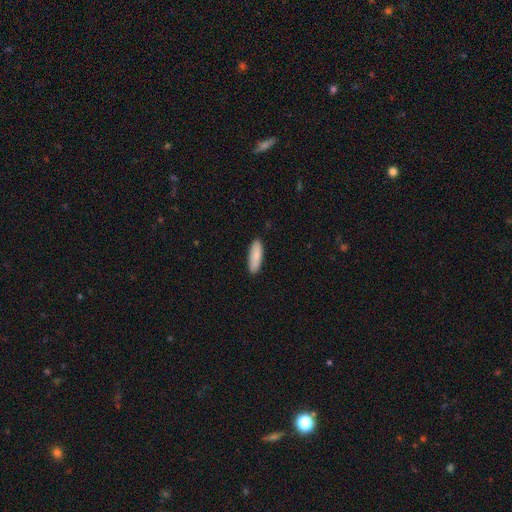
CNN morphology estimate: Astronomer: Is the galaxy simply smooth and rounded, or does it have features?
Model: smooth — 88%.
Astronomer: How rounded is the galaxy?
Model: in between — 53% (runner-up: cigar-shaped, 45%).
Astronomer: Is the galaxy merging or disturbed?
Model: none — 89%.